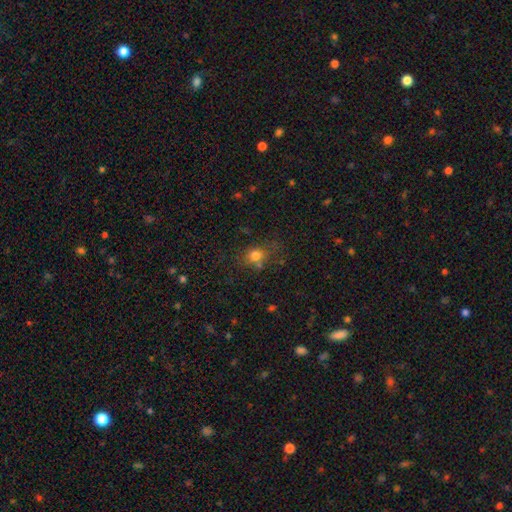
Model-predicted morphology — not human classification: This is likely a smooth galaxy (76%). How rounded: likely round (61%). Merging: likely none (61%).